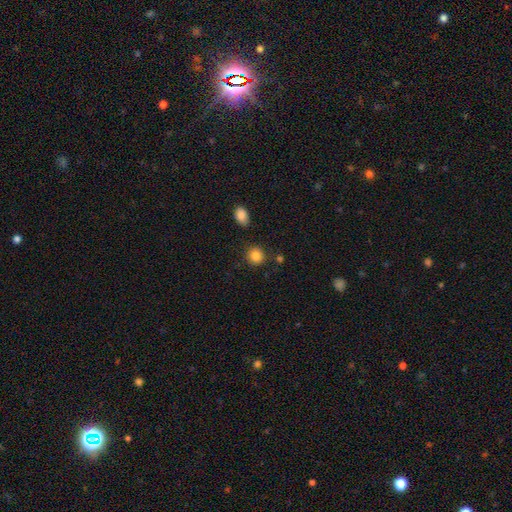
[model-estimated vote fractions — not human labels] smooth 86%, star or artifact 10%, featured or disk 4%. Down the decision tree: how rounded — round (86%); merging — none (83%).